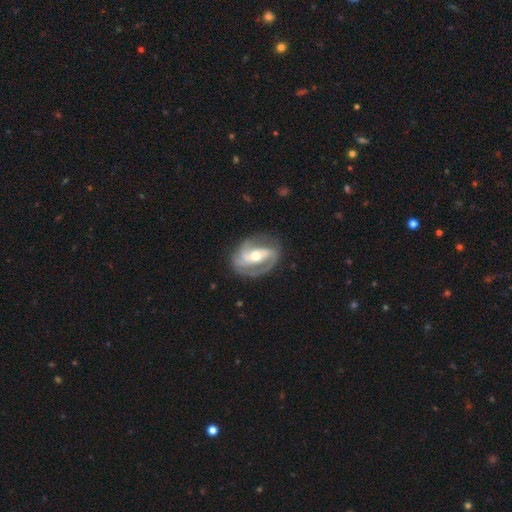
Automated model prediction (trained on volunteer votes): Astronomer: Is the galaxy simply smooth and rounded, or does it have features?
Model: featured or disk — 86%.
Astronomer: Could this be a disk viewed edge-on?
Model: no — 96%.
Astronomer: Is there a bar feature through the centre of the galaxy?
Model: strong — 43% (runner-up: weak, 31%).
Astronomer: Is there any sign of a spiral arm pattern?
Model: yes — 94%.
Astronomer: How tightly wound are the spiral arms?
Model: medium — 46% (runner-up: tight, 34%).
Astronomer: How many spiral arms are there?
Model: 2 — 74%.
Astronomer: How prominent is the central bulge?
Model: moderate — 66%.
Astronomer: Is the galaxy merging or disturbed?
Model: none — 70%.